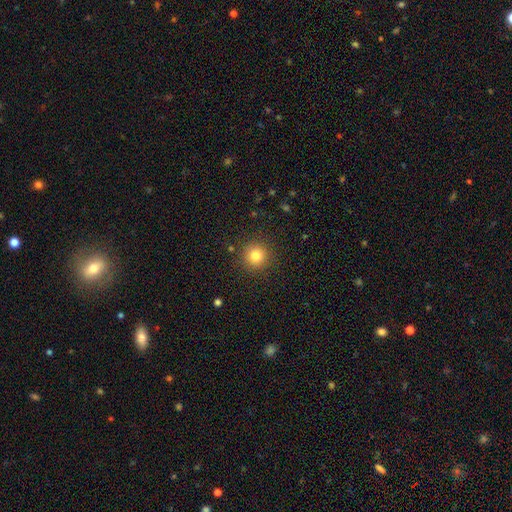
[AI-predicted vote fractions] Smooth or featured? Predicted: smooth (p=0.81). How rounded? Predicted: round (p=0.95). Merging? Predicted: none (p=0.90).